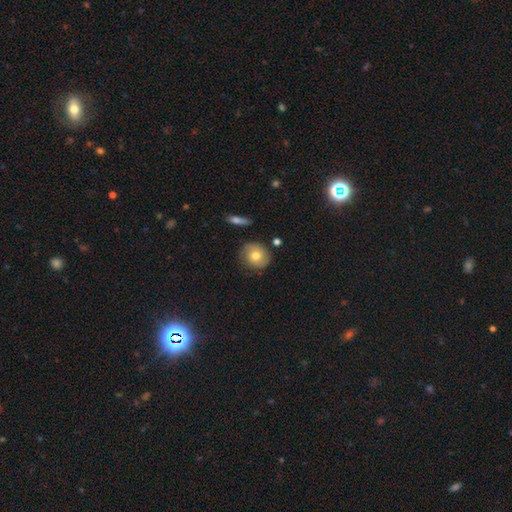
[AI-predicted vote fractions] A smooth galaxy with no disk features (66%) that is round (87%).

Vote fractions:
- Smooth or featured? smooth: 66% / featured or disk: 25% / star or artifact: 8%
- How rounded? round: 87% / in between: 12% / cigar-shaped: 1%
- Merging? none: 79% / minor disturbance: 14% / major disturbance: 3% / merger: 3%